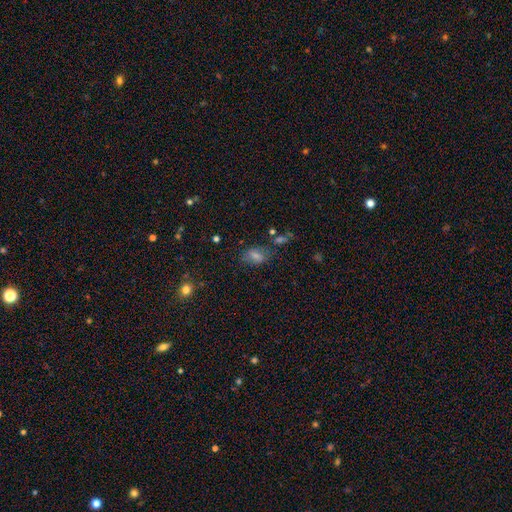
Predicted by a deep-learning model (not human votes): The model was most divided on "merging": none: 64%, minor disturbance: 20%, major disturbance: 10%, merger: 6%. More confident: how rounded — in between (81%); smooth or featured — smooth (69%).